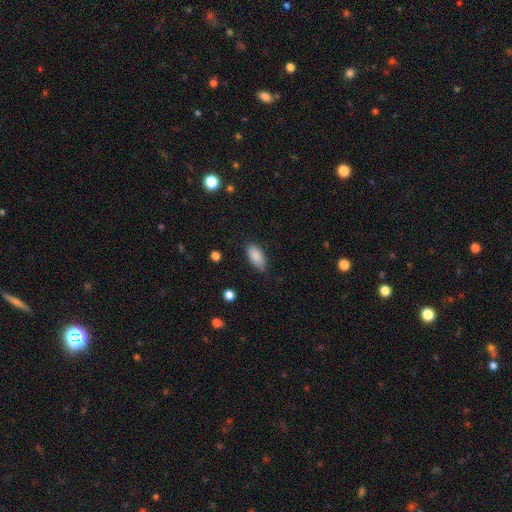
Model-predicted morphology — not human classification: smooth 88%, star or artifact 7%, featured or disk 6%. Down the decision tree: how rounded — in between (91%); merging — none (78%).